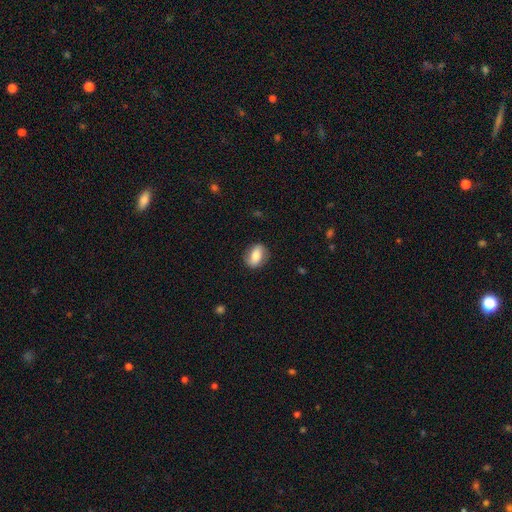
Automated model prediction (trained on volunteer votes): Morphology: type=smooth (69%); roundness=in between (74%); merging=none (82%).